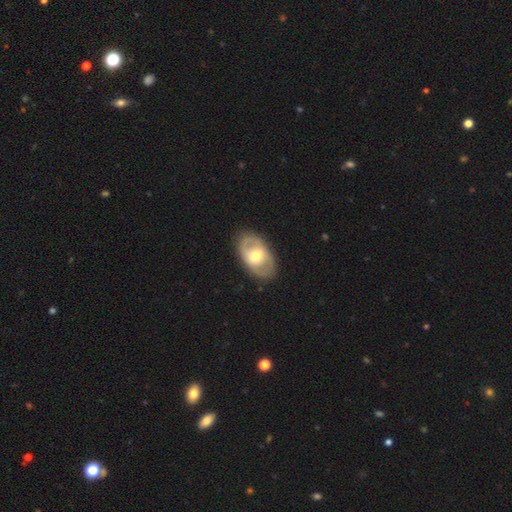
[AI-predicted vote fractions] Morphology: type=featured or disk (59%); edge-on=no (91%); bar=weak (41%); spiral arms=no (64%); bulge=moderate (67%); merging=none (82%).